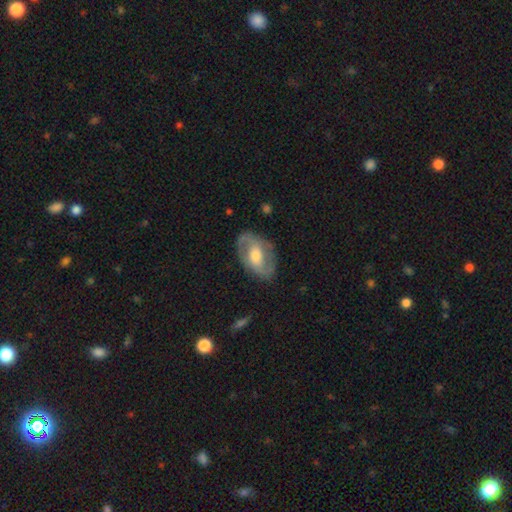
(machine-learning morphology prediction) Overall: featured or disk (72%). Edge-on disk: no (95%). Bar: weak (43%; no 37%). Spiral arms: yes (79%). Spiral arm count: 2 (85%). Spiral winding: medium (48%; tight 29%). Bulge size: moderate (63%). Merging: none (79%).